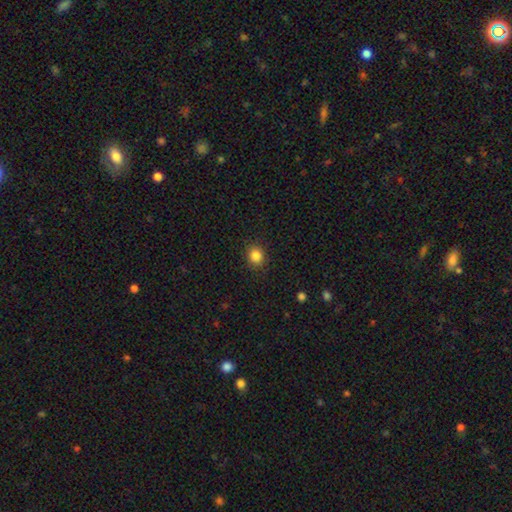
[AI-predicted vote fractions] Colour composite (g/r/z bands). It shows a smooth galaxy with no disk features (85%) that is round (82%). Merging: none (89%).